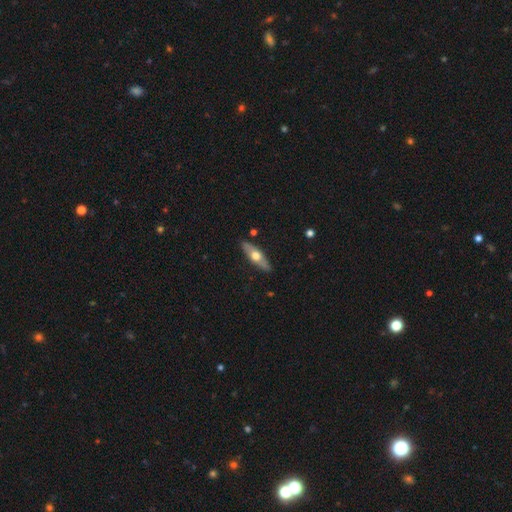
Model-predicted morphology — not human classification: The model was most divided on "smooth or featured": featured or disk: 49%, smooth: 46%, star or artifact: 5%. More confident: merging — none (88%).